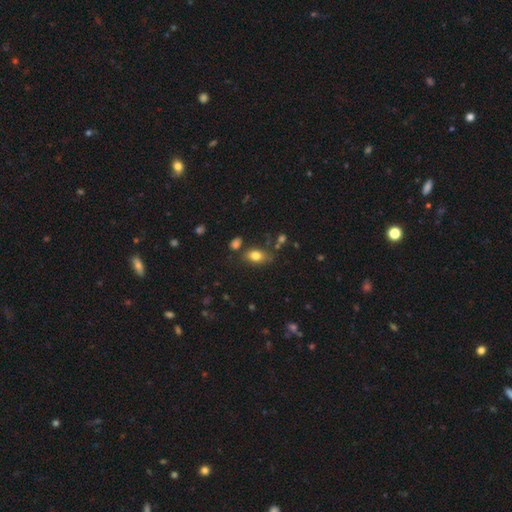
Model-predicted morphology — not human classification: smooth_or_featured: smooth (p=0.80) [alt: featured or disk p=0.11]
how_rounded: in between (p=0.86) [alt: round p=0.11]
merging: none (p=0.71) [alt: minor disturbance p=0.18]